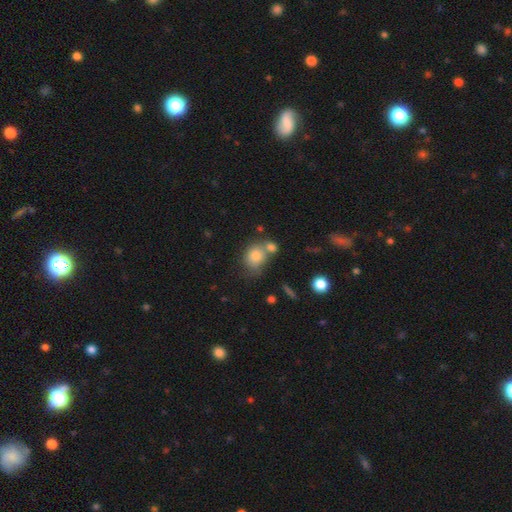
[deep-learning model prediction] This is likely a smooth galaxy (79%). How rounded: possibly round (56%). Merging: marginally none (44%).